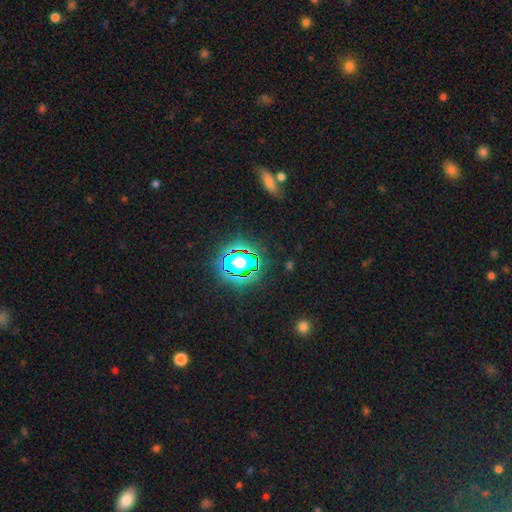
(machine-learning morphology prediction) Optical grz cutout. It shows a star or artifact, not a galaxy (80%).